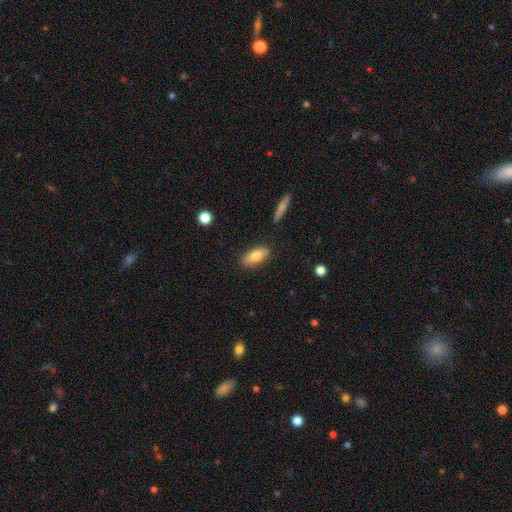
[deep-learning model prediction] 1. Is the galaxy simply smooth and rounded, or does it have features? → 79% smooth, 14% featured or disk, 7% star or artifact.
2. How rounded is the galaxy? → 80% in between, 17% cigar-shaped, 3% round.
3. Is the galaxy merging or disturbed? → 85% none, 11% minor disturbance, 2% major disturbance, 2% merger.